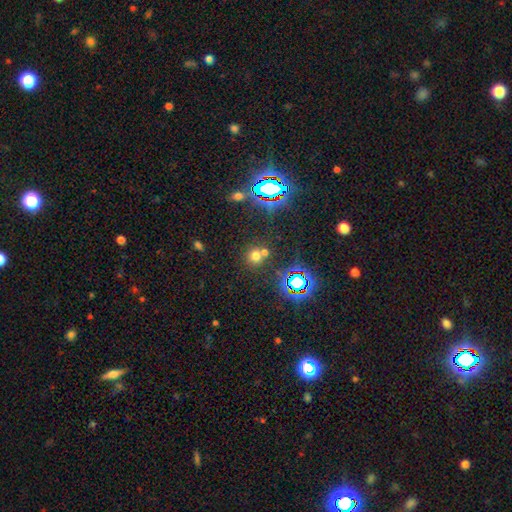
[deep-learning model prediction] smooth_or_featured: smooth (p=0.60) [alt: star or artifact p=0.31]
how_rounded: round (p=0.88) [alt: in between p=0.11]
merging: none (p=0.62) [alt: merger p=0.28]